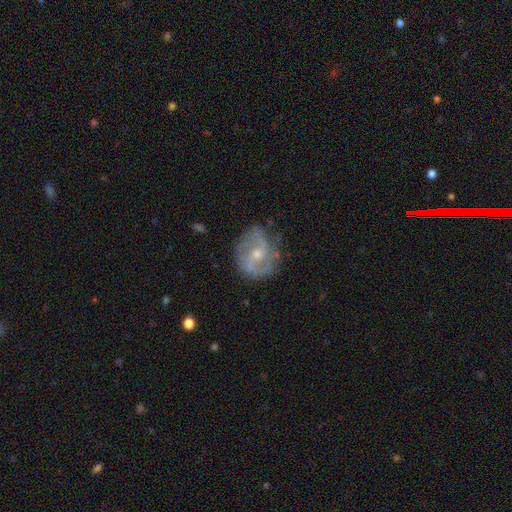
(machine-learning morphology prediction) Overall: featured or disk (83%). Edge-on disk: no (98%). Bar: no (49%; weak 41%). Spiral arms: yes (94%). Spiral arm count: 2 (75%). Spiral winding: medium (50%; tight 26%). Bulge size: small (53%; moderate 44%). Merging: none (71%).